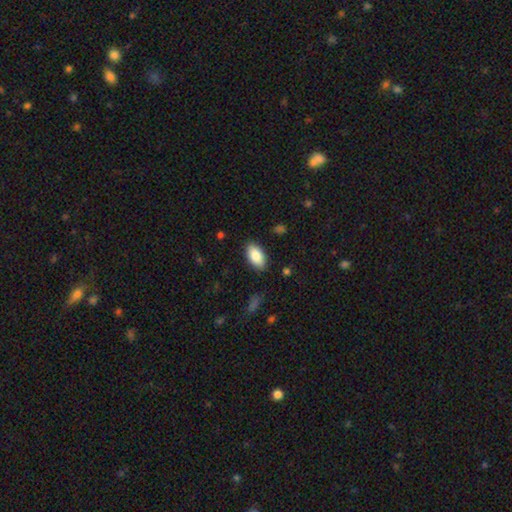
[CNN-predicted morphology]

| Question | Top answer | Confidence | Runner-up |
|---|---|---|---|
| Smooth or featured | smooth | 86% | featured or disk (7%) |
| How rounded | in between | 94% | round (3%) |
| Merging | none | 87% | minor disturbance (9%) |